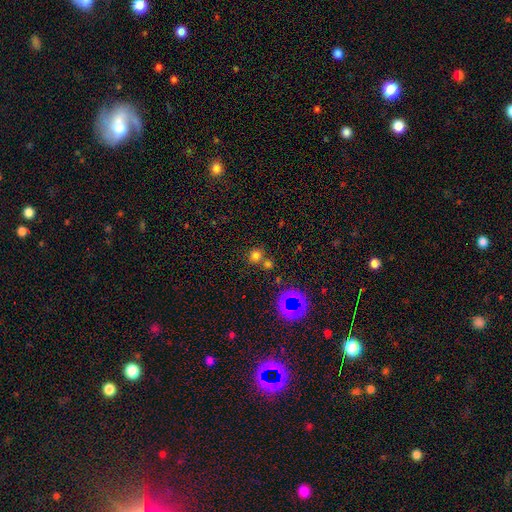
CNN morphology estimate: This appears to be a smooth galaxy with no disk features (71%) that is round (89%). Merging: none (63%).